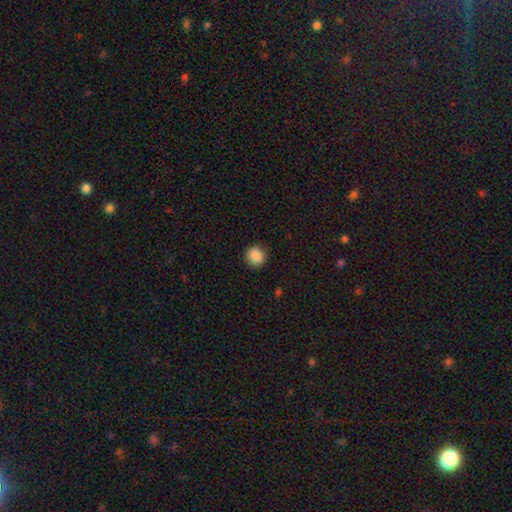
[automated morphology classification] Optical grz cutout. It shows a smooth galaxy with no disk features (88%) that is round (90%). Merging: none (90%).